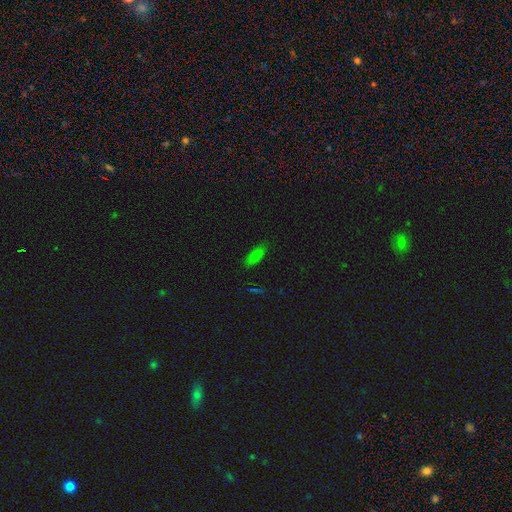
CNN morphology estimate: A smooth galaxy with no disk features (79%) that is in between round and cigar-shaped (69%).

Vote fractions:
- Smooth or featured? smooth: 79% / star or artifact: 12% / featured or disk: 9%
- How rounded? in between: 69% / cigar-shaped: 29% / round: 3%
- Merging? none: 84% / minor disturbance: 12% / major disturbance: 3% / merger: 1%